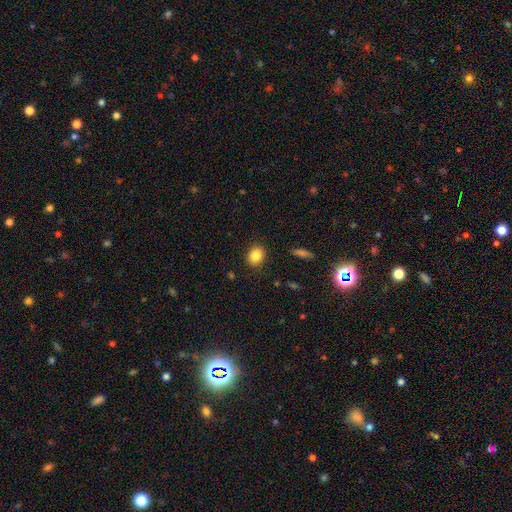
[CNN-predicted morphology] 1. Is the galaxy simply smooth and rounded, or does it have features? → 85% smooth, 9% star or artifact, 6% featured or disk.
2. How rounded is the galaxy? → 55% round, 44% in between, 1% cigar-shaped.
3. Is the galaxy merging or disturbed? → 88% none, 8% minor disturbance, 2% major disturbance, 1% merger.